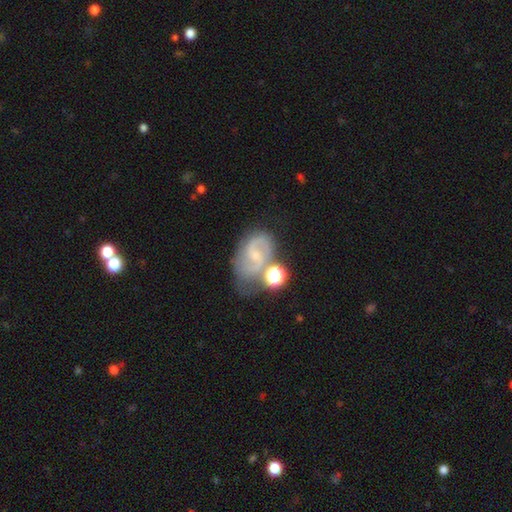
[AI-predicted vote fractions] Overall: featured or disk (78%). Edge-on disk: no (97%). Bar: weak (49%; no 41%). Spiral arms: yes (94%). Spiral arm count: 2 (85%). Spiral winding: medium (55%; tight 25%). Bulge size: small (64%). Merging: none (54%; minor disturbance 20%).